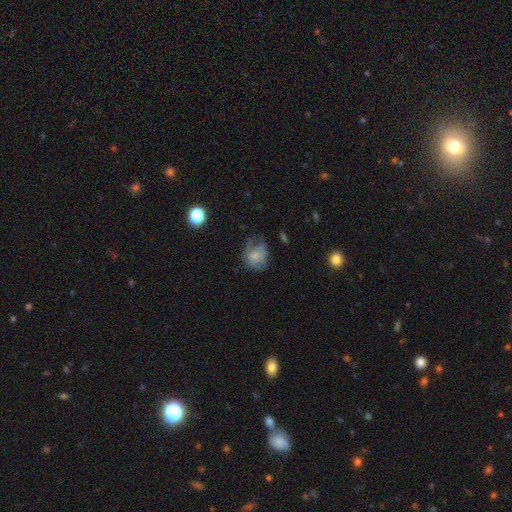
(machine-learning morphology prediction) This is likely a smooth galaxy (65%). How rounded: possibly round (57%). Merging: marginally none (40%).